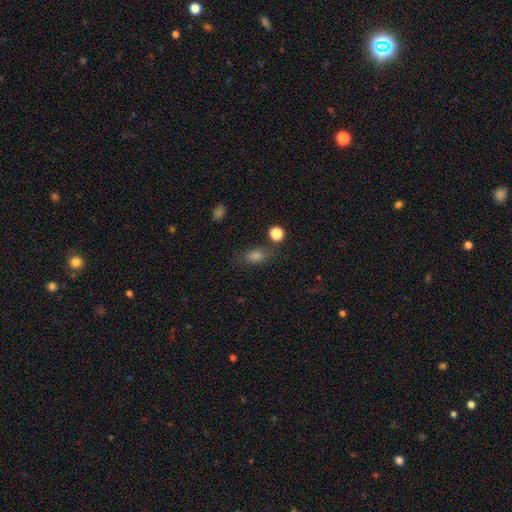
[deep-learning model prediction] Overall: smooth (72%). How rounded: in between (75%). Merging: none (72%).